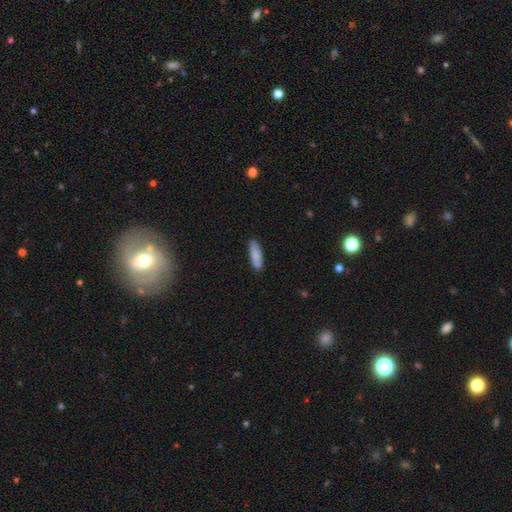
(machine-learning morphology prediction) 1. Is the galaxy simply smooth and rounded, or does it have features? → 85% smooth, 9% featured or disk, 6% star or artifact.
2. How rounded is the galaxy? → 52% cigar-shaped, 47% in between, 2% round.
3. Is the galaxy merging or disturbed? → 84% none, 13% minor disturbance, 2% major disturbance, 2% merger.